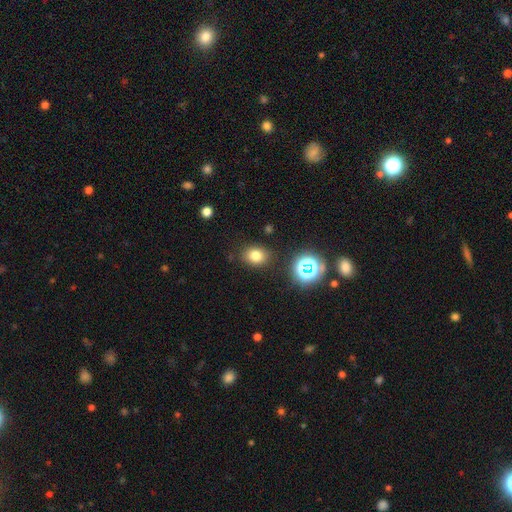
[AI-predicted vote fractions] smooth-or-featured: smooth: 75% | star or artifact: 17% | featured or disk: 8%
  how-rounded: in between: 53% | round: 46% | cigar-shaped: 1%
  merging: none: 85% | minor disturbance: 10% | major disturbance: 3% | merger: 3%